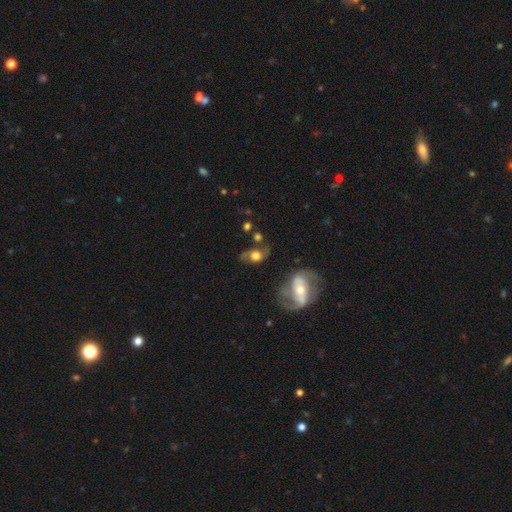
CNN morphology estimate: smooth_or_featured: featured or disk (p=0.60) [alt: smooth p=0.30]
disk_edge_on: no (p=0.91) [alt: yes p=0.09]
bar: no (p=0.69) [alt: weak p=0.24]
has_spiral_arms: yes (p=0.80) [alt: no p=0.20]
bulge_size: moderate (p=0.41) [alt: large p=0.40]
merging: none (p=0.54) [alt: minor disturbance p=0.21]